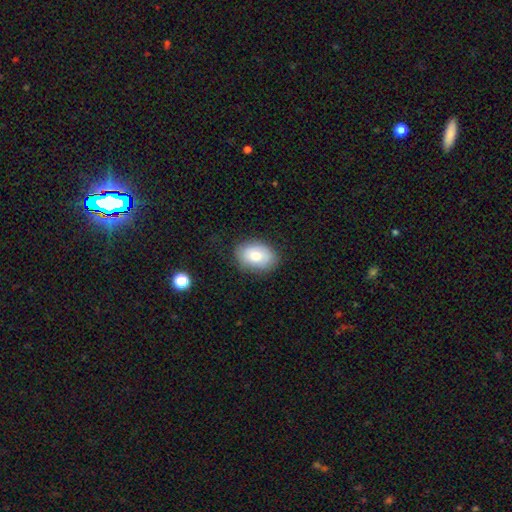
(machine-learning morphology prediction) Smooth or featured?
  - smooth: 75% *
  - featured or disk: 17%
  - star or artifact: 8%
How rounded?
  - in between: 77% *
  - round: 22%
  - cigar-shaped: 1%
Merging?
  - none: 82% *
  - minor disturbance: 14%
  - major disturbance: 4%
  - merger: 1%